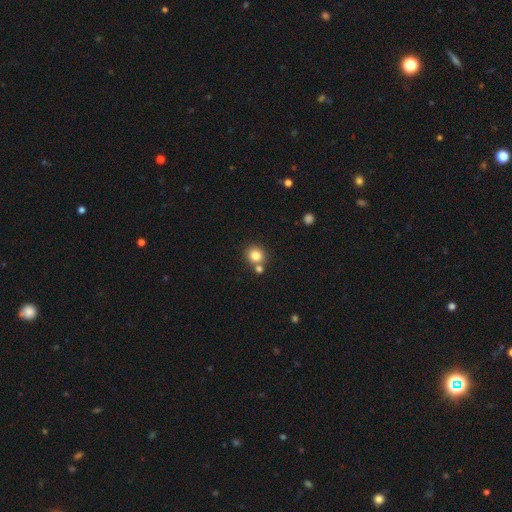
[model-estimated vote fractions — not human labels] Smooth or featured?
  - smooth: 81% *
  - star or artifact: 11%
  - featured or disk: 8%
How rounded?
  - round: 88% *
  - in between: 12%
  - cigar-shaped: 1%
Merging?
  - none: 67% *
  - merger: 23%
  - minor disturbance: 8%
  - major disturbance: 3%